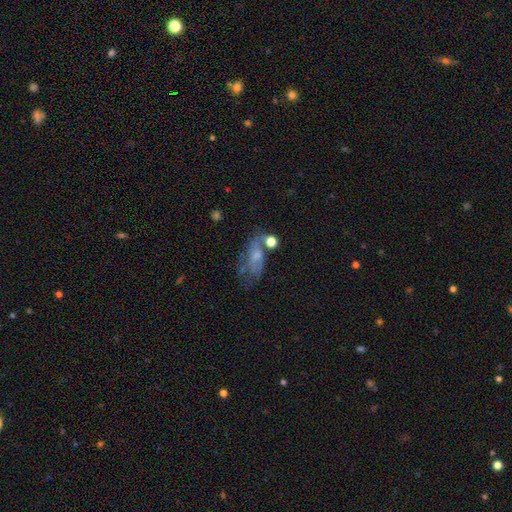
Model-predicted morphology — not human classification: A featured or disk galaxy (47%). Merging: none (35%).